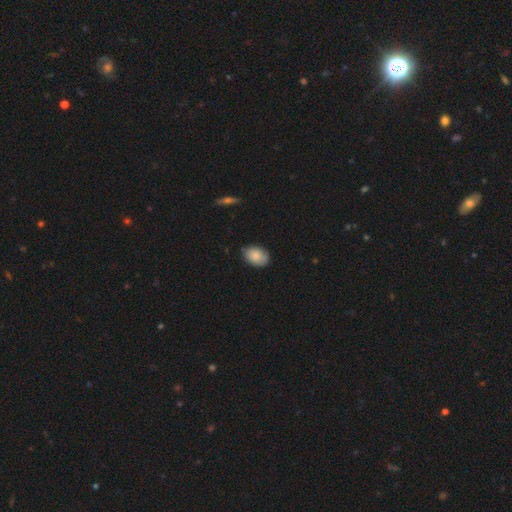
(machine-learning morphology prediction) A smooth galaxy with no disk features (85%) that is in between round and cigar-shaped (81%). Merging: none (75%).